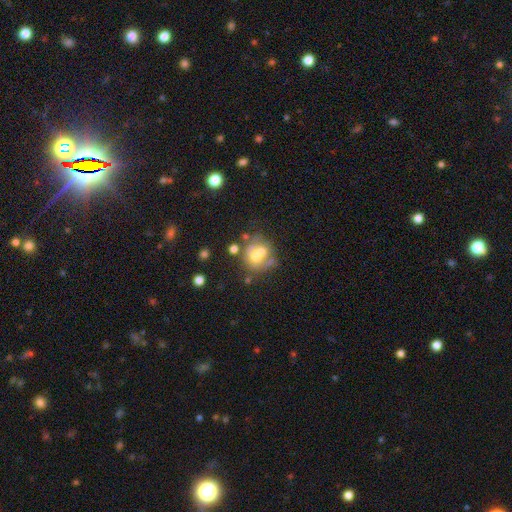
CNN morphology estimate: Q: Smooth or featured?
A: smooth (47%); runner-up: featured or disk (41%)
Q: Merging?
A: merger (39%); runner-up: none (33%)